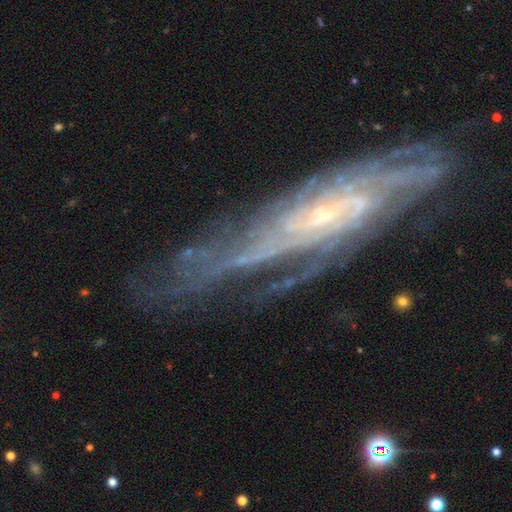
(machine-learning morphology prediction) The model was most divided on "bar": no: 51%, weak: 35%, strong: 14%. Remaining: spiral arms — yes (96%); smooth or featured — featured or disk (87%); edge-on disk — no (80%); bulge size — small (77%); merging — none (68%); spiral winding — tight (61%); spiral arm count — can't tell (40%).